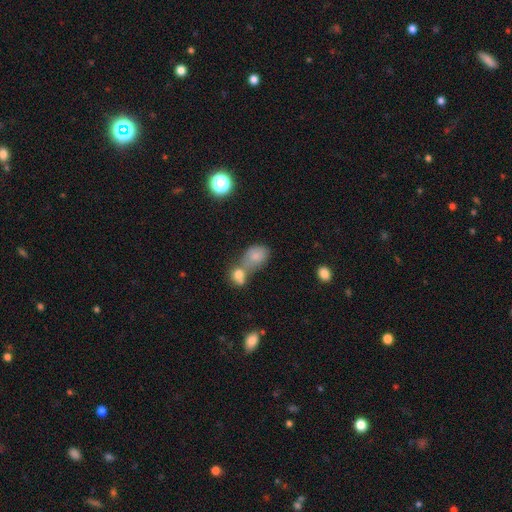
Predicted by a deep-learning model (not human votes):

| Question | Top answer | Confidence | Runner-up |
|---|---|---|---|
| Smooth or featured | smooth | 77% | star or artifact (12%) |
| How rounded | in between | 69% | round (30%) |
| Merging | merger | 53% | none (29%) |